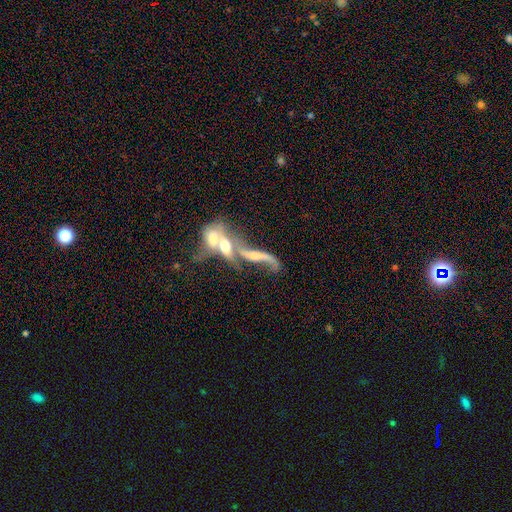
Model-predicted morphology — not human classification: This appears to be a featured or disk galaxy (65%). Merging: merger (74%).